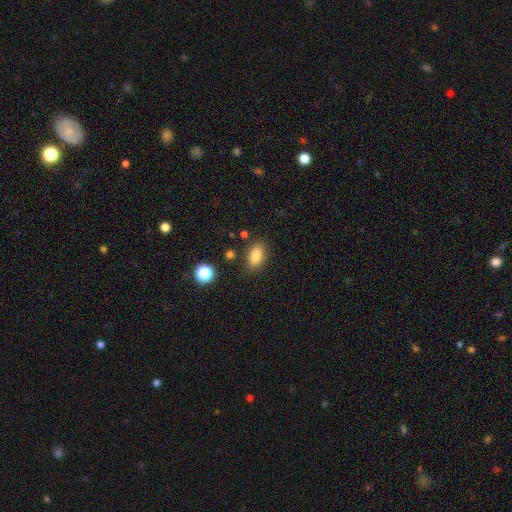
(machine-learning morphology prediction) A smooth galaxy with no disk features (84%) that is in between round and cigar-shaped (87%). Merging: none (82%).